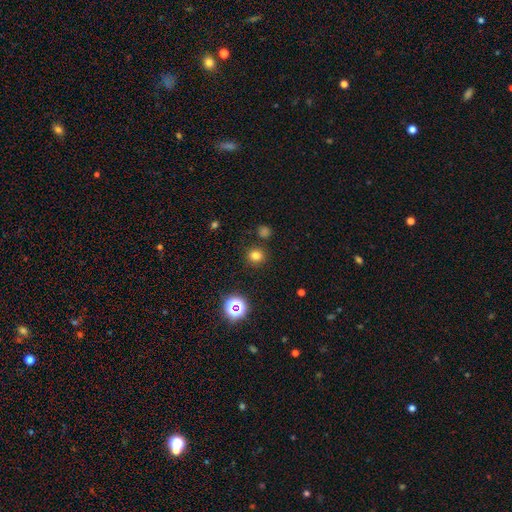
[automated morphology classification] Q: Smooth or featured?
A: smooth (75%); runner-up: star or artifact (19%)
Q: How rounded?
A: round (91%); runner-up: in between (8%)
Q: Merging?
A: none (87%); runner-up: minor disturbance (7%)